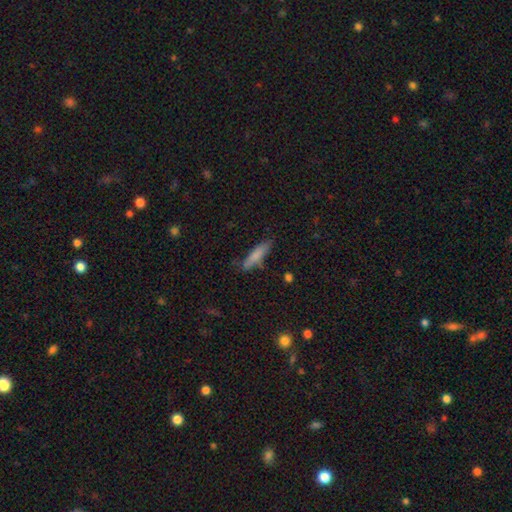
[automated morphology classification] A smooth galaxy with no disk features (76%) that is cigar-shaped (80%). Merging: none (76%).